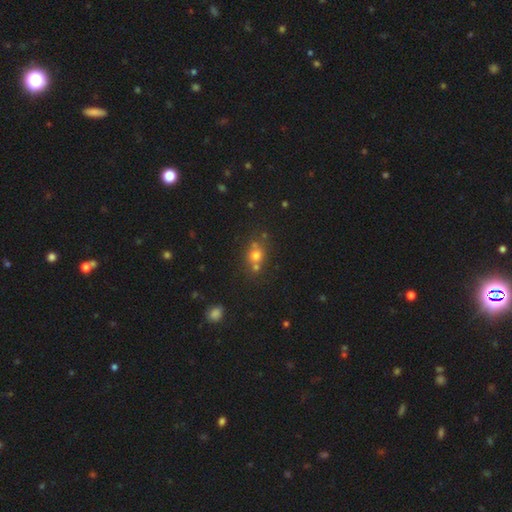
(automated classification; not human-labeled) A smooth galaxy with no disk features (66%) that is round (75%). Merging: none (57%).